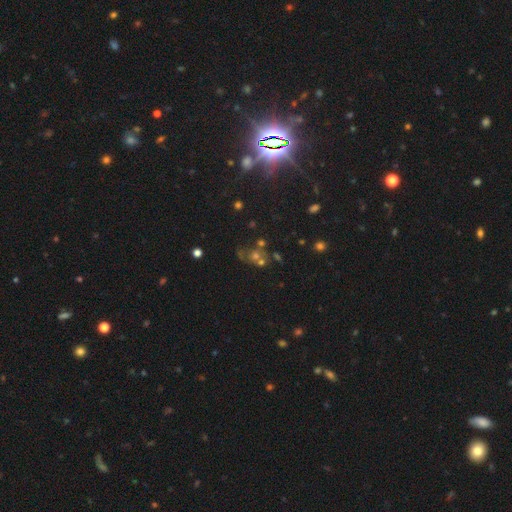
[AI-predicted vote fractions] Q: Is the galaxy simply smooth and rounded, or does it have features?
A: star or artifact — 46%.